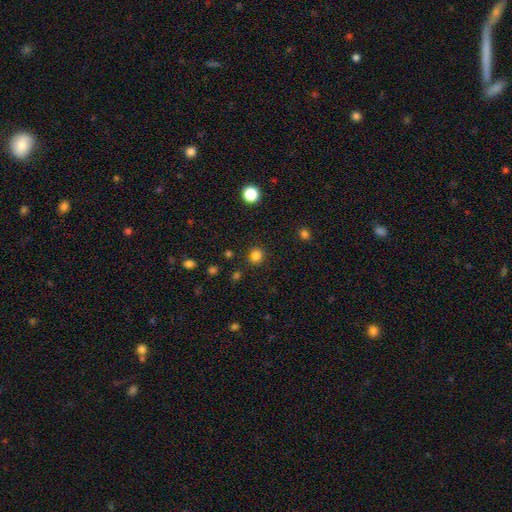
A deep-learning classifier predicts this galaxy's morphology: Q: Smooth or featured?
A: smooth (81%); runner-up: star or artifact (15%)
Q: How rounded?
A: round (85%); runner-up: in between (14%)
Q: Merging?
A: none (81%); runner-up: minor disturbance (11%)